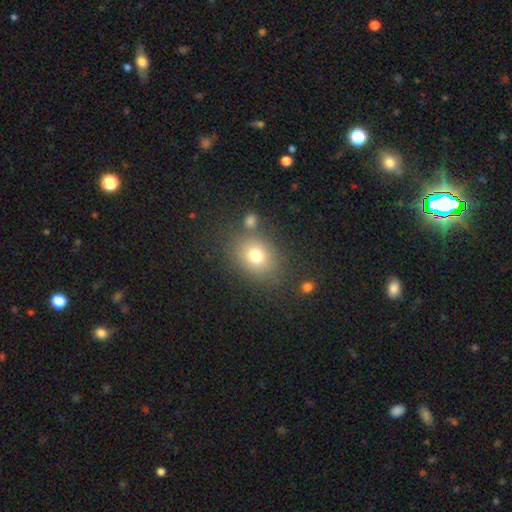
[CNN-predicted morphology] type=smooth (75%); roundness=round (55%); merging=none (74%).